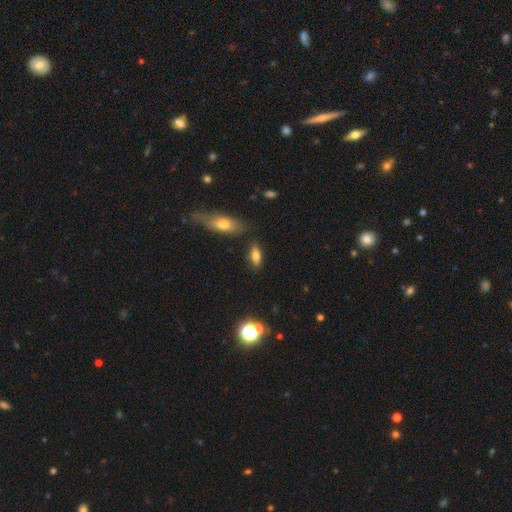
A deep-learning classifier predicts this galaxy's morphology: Q: Smooth or featured?
A: smooth (74%); runner-up: featured or disk (16%)
Q: How rounded?
A: in between (74%); runner-up: cigar-shaped (22%)
Q: Merging?
A: none (81%); runner-up: minor disturbance (12%)